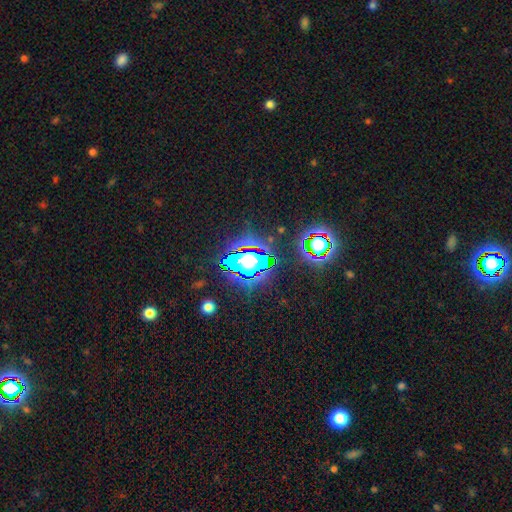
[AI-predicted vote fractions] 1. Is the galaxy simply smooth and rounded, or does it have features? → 81% star or artifact, 11% smooth, 8% featured or disk.